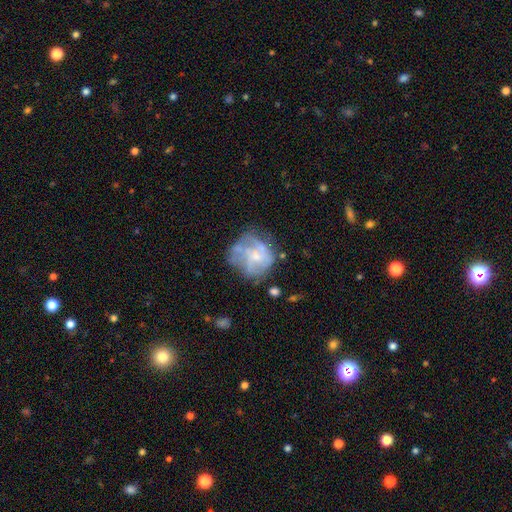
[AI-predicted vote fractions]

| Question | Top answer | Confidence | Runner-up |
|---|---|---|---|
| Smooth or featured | featured or disk | 63% | smooth (27%) |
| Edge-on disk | no | 98% | yes (2%) |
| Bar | no | 77% | weak (20%) |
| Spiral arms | no | 53% | yes (47%) |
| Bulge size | small | 52% | moderate (26%) |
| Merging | none | 49% | minor disturbance (22%) |